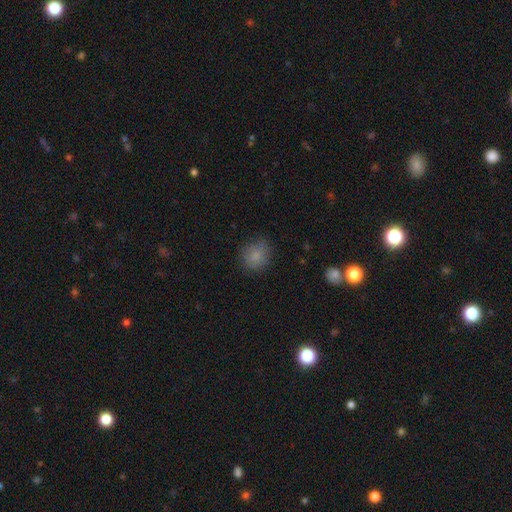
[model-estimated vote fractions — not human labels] smooth_or_featured: smooth (p=0.84) [alt: star or artifact p=0.10]
how_rounded: round (p=0.80) [alt: in between p=0.19]
merging: none (p=0.79) [alt: minor disturbance p=0.16]